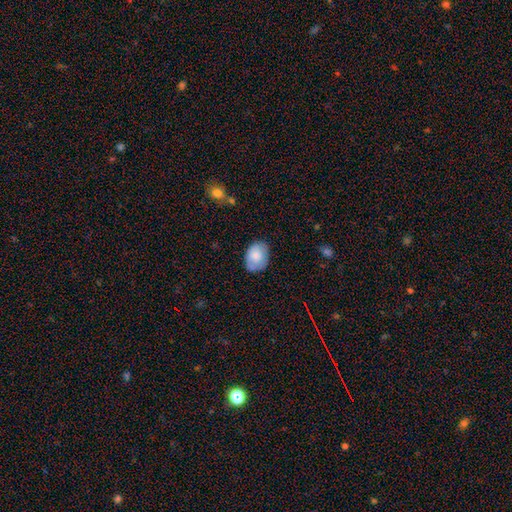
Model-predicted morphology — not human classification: A smooth galaxy with no disk features (80%) that is in between round and cigar-shaped (76%). Merging: none (74%).